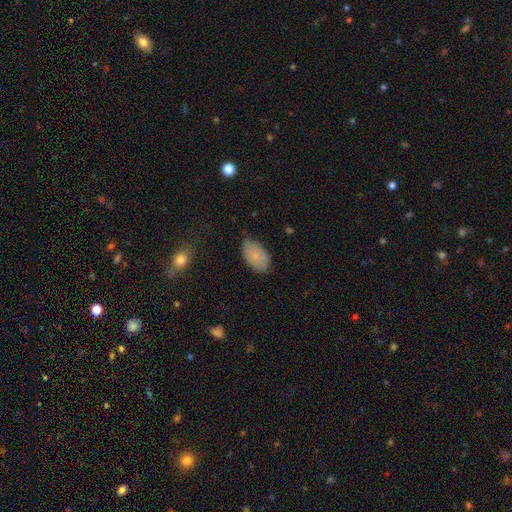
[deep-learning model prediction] The model was most divided on "merging": none: 63%, minor disturbance: 29%, major disturbance: 6%, merger: 2%. More confident: how rounded — in between (93%); smooth or featured — smooth (79%).